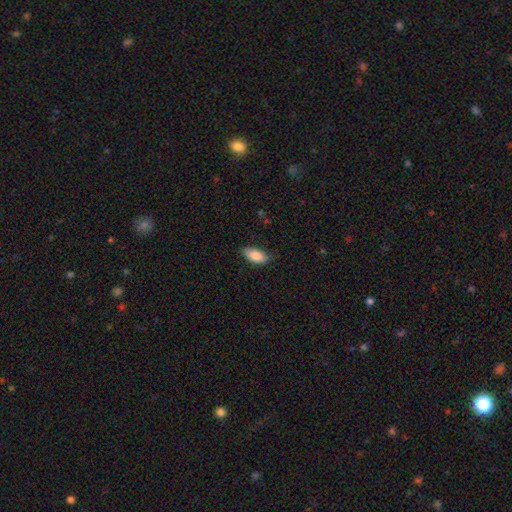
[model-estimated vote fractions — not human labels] A smooth galaxy with no disk features (85%) that is in between round and cigar-shaped (90%). Merging: none (77%).